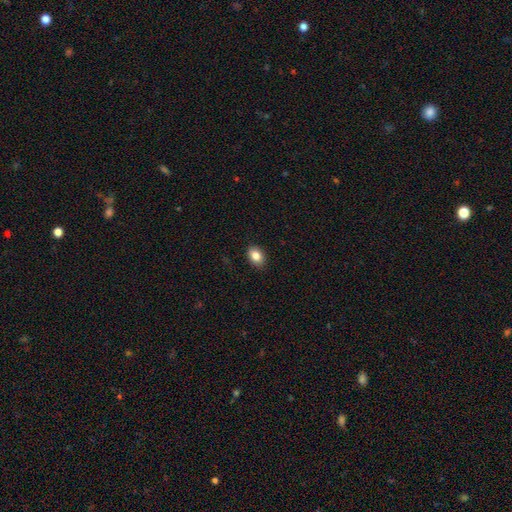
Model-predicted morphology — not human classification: smooth-or-featured: smooth: 84% | star or artifact: 9% | featured or disk: 7%
  how-rounded: in between: 79% | round: 20% | cigar-shaped: 1%
  merging: none: 89% | minor disturbance: 8% | major disturbance: 2% | merger: 1%